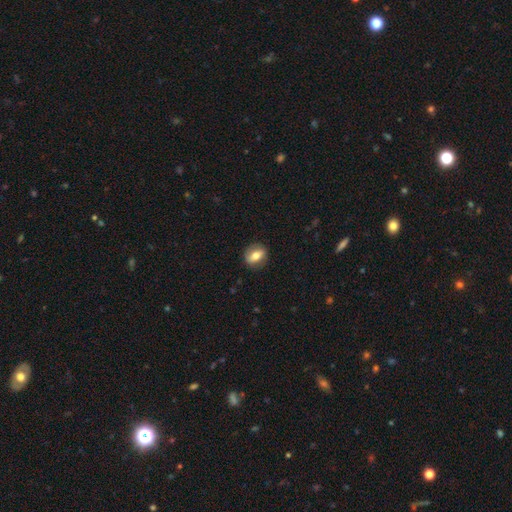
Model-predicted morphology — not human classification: The model was most divided on "how rounded": in between: 56%, round: 41%, cigar-shaped: 4%. More confident: merging — none (84%); smooth or featured — smooth (58%).